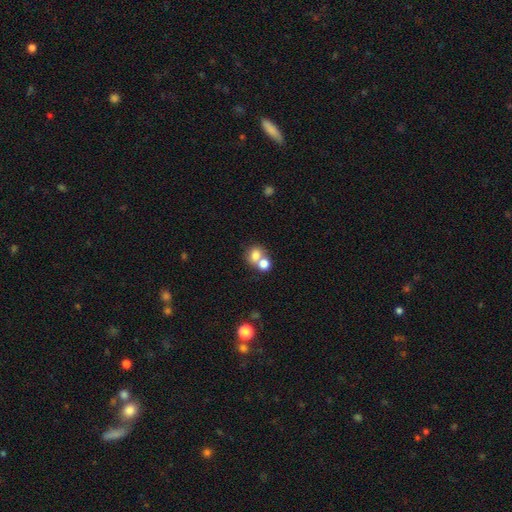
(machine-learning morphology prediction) smooth 75%, featured or disk 13%, star or artifact 11%. Down the decision tree: how rounded — round (69%); merging — merger (53%).